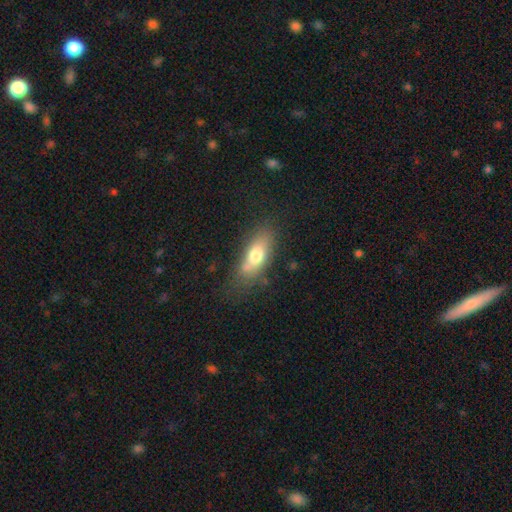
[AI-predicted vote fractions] A smooth galaxy with no disk features (70%) that is in between round and cigar-shaped (74%).

Vote fractions:
- Smooth or featured? smooth: 70% / featured or disk: 22% / star or artifact: 8%
- How rounded? in between: 74% / cigar-shaped: 21% / round: 5%
- Merging? none: 64% / minor disturbance: 22% / major disturbance: 8% / merger: 6%